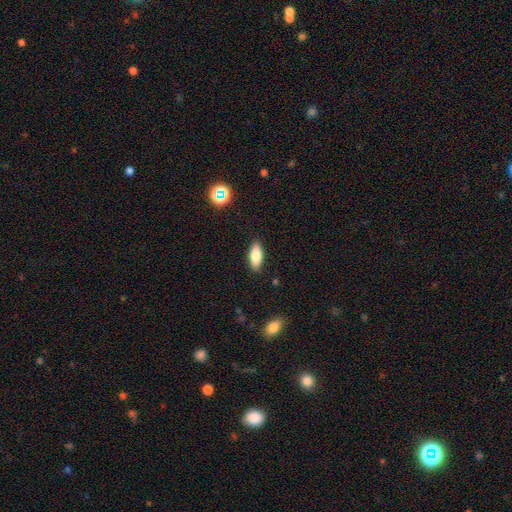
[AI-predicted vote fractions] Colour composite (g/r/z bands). It shows a smooth galaxy with no disk features (79%) that is in between round and cigar-shaped (77%). Merging: none (88%).